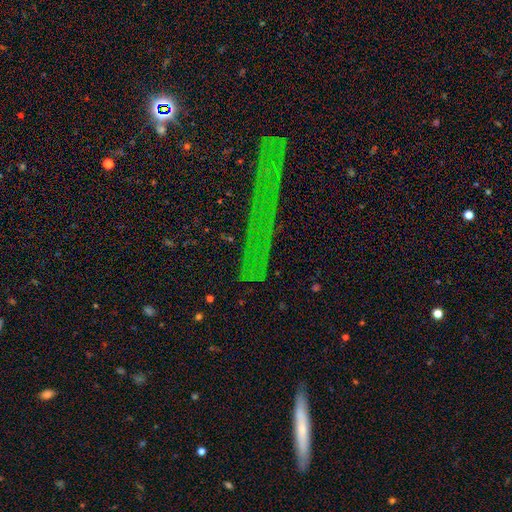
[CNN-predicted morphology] The model was most divided on "smooth or featured": star or artifact: 71%, smooth: 15%, featured or disk: 14%.